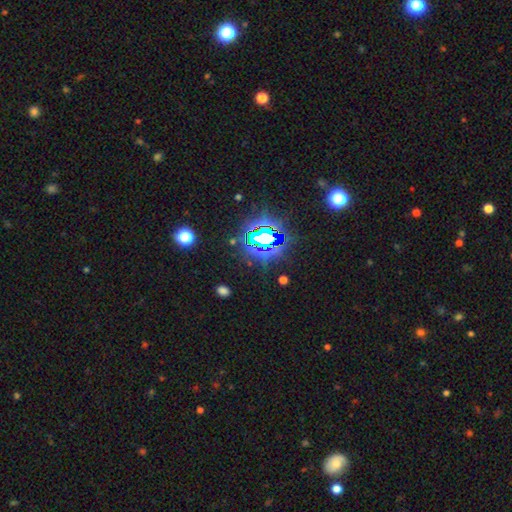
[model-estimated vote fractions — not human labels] Overall: star or artifact (82%).